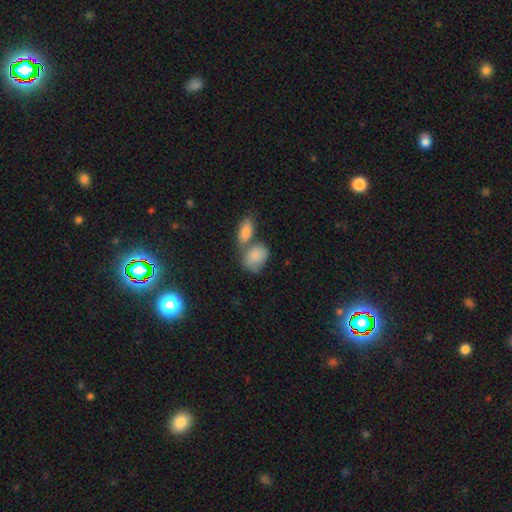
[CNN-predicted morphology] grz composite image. It shows a smooth galaxy with no disk features (83%) that is in between round and cigar-shaped (75%). Merging: merger (49%).